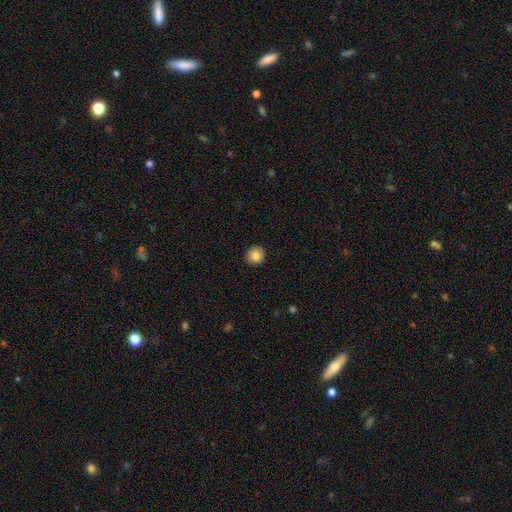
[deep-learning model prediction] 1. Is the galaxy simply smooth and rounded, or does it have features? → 84% smooth, 9% star or artifact, 7% featured or disk.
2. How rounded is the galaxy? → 90% round, 9% in between, 1% cigar-shaped.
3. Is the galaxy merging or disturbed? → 92% none, 6% minor disturbance, 2% major disturbance, 1% merger.